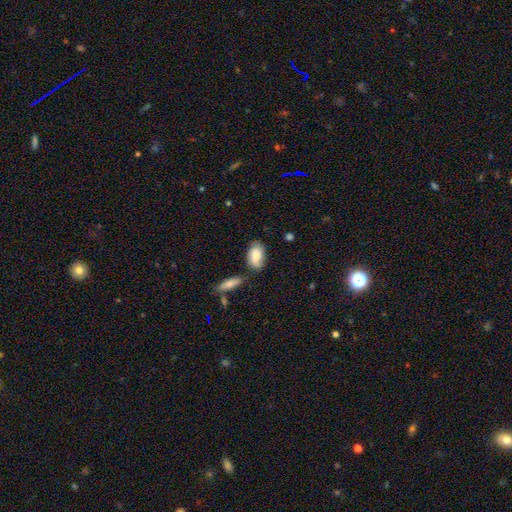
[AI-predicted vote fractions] Smooth or featured?
  - smooth: 78% *
  - featured or disk: 16%
  - star or artifact: 7%
How rounded?
  - in between: 91% *
  - round: 6%
  - cigar-shaped: 3%
Merging?
  - none: 58% *
  - minor disturbance: 26%
  - merger: 9%
  - major disturbance: 7%